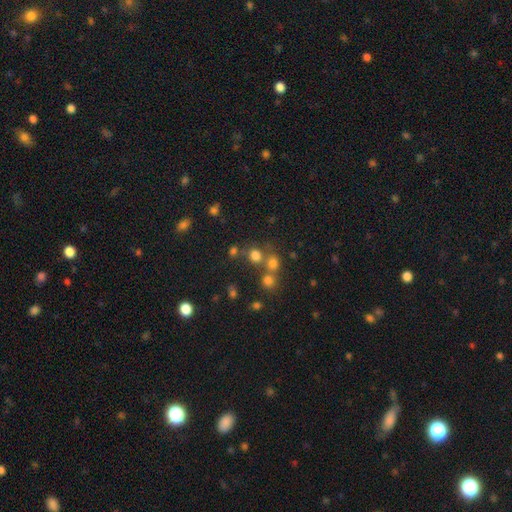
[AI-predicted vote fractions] Smooth or featured? Predicted: smooth (p=0.72). How rounded? Predicted: round (p=0.80). Merging? Predicted: none (p=0.58).